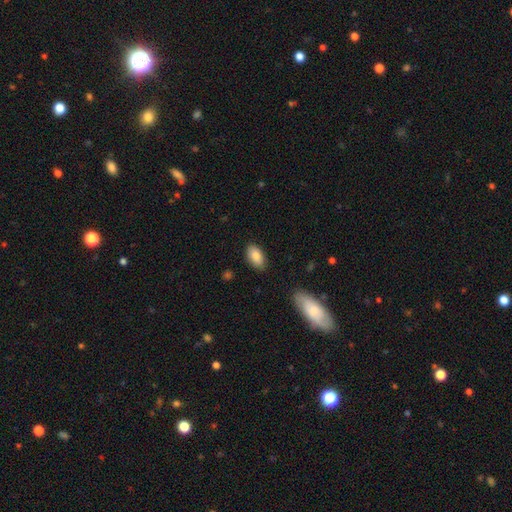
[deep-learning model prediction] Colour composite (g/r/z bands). It shows a smooth galaxy with no disk features (84%) that is in between round and cigar-shaped (93%). Merging: none (86%).